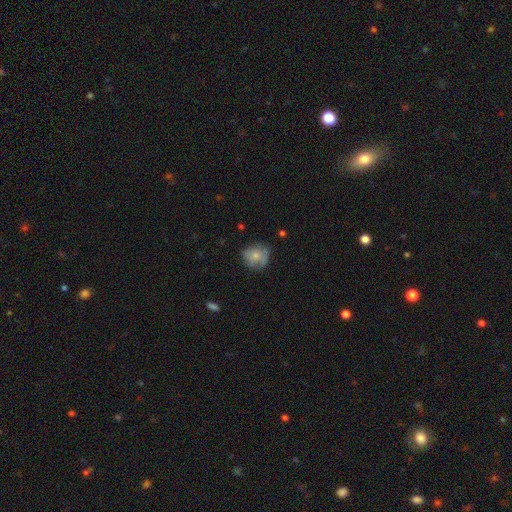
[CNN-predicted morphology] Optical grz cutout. It shows a smooth galaxy with no disk features (65%) that is round (77%). Merging: none (61%).